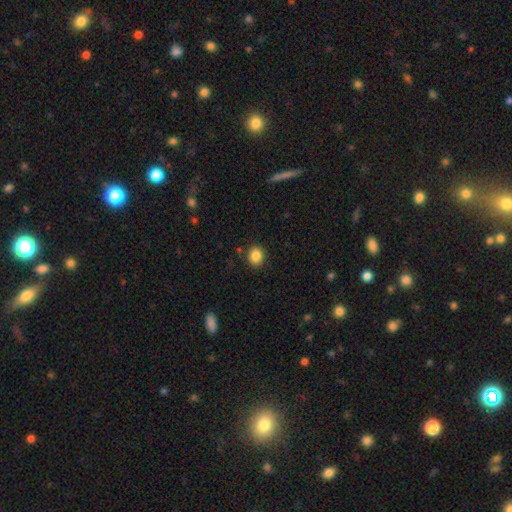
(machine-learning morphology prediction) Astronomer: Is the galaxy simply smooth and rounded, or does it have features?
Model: smooth — 85%.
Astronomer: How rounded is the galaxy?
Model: round — 73%.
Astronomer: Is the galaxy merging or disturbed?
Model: none — 88%.